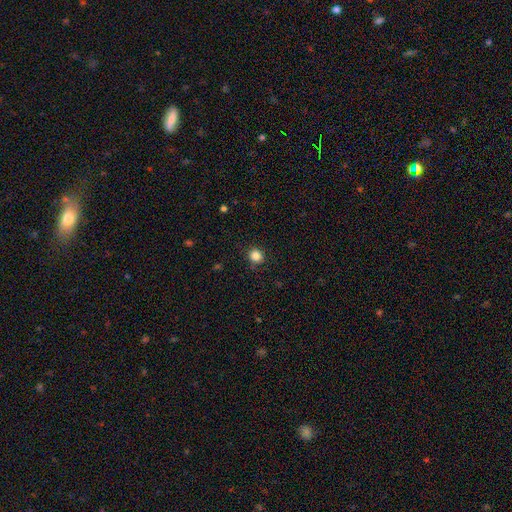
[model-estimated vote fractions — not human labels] Overall: smooth (84%). How rounded: round (86%). Merging: none (86%).